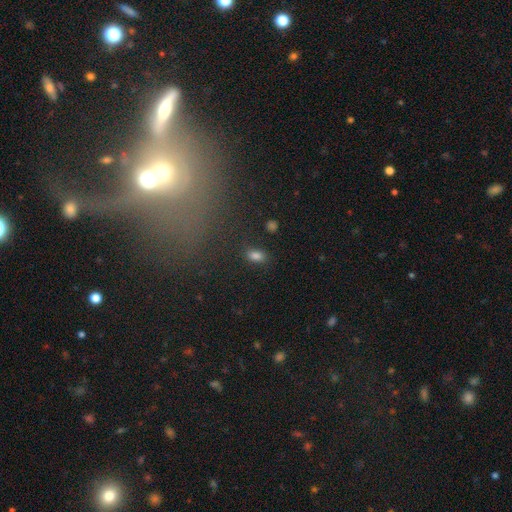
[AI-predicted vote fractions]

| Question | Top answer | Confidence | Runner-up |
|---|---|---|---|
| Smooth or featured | smooth | 82% | star or artifact (12%) |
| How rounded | in between | 88% | round (9%) |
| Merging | none | 81% | minor disturbance (12%) |